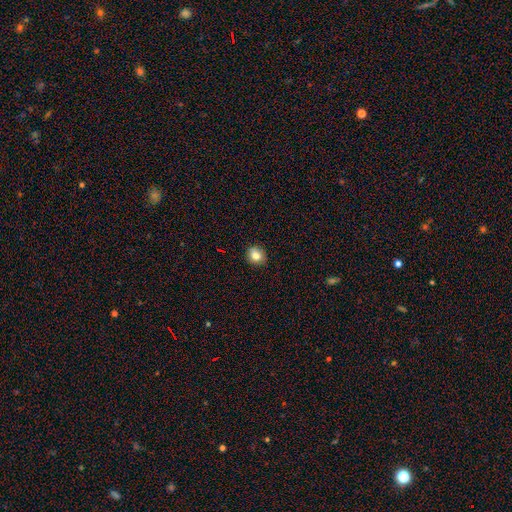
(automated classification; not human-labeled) smooth 81%, star or artifact 10%, featured or disk 8%. Down the decision tree: how rounded — round (74%); merging — none (89%).